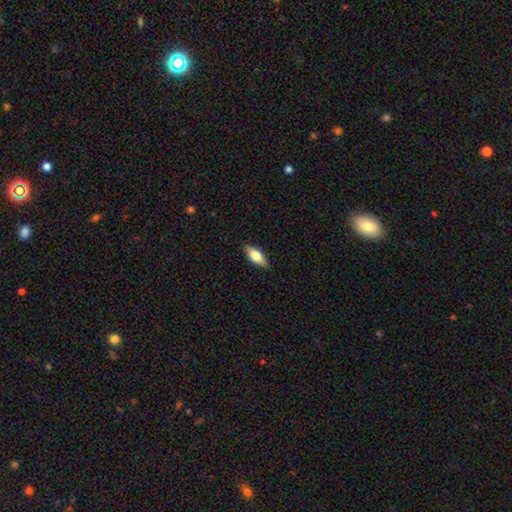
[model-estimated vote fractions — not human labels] Smooth or featured?
  - smooth: 71% *
  - featured or disk: 23%
  - star or artifact: 6%
How rounded?
  - in between: 75% *
  - cigar-shaped: 22%
  - round: 3%
Merging?
  - none: 88% *
  - minor disturbance: 9%
  - major disturbance: 2%
  - merger: 1%